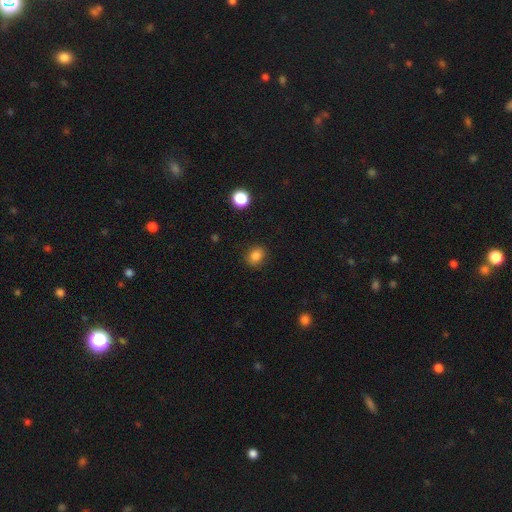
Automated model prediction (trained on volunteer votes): A smooth galaxy with no disk features (84%) that is round (53%).

Vote fractions:
- Smooth or featured? smooth: 84% / star or artifact: 11% / featured or disk: 5%
- How rounded? round: 53% / in between: 46% / cigar-shaped: 1%
- Merging? none: 87% / minor disturbance: 9% / major disturbance: 3% / merger: 1%